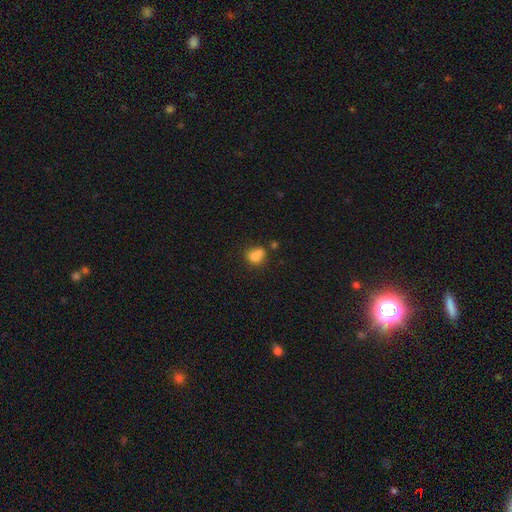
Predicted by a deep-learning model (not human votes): smooth_or_featured: smooth (p=0.76) [alt: featured or disk p=0.13]
how_rounded: round (p=0.65) [alt: in between p=0.34]
merging: merger (p=0.42) [alt: none p=0.38]